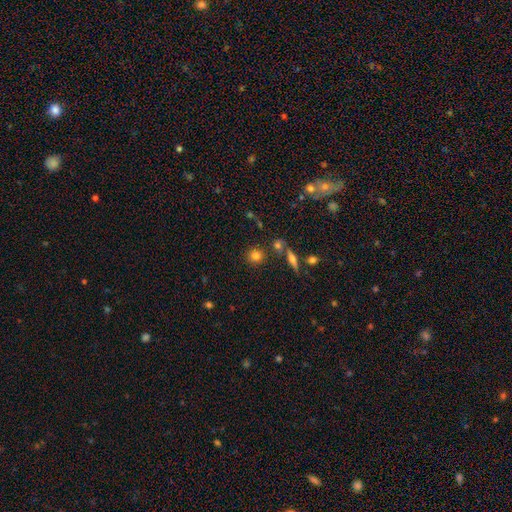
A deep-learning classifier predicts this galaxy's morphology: type=smooth (79%); roundness=round (87%); merging=none (80%).